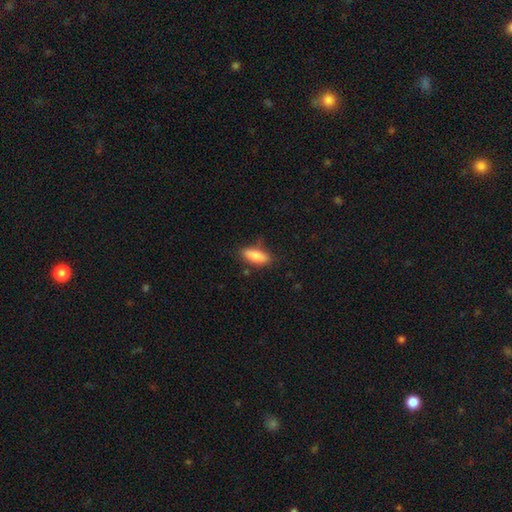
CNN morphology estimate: Overall: smooth (84%). How rounded: in between (73%). Merging: none (76%).